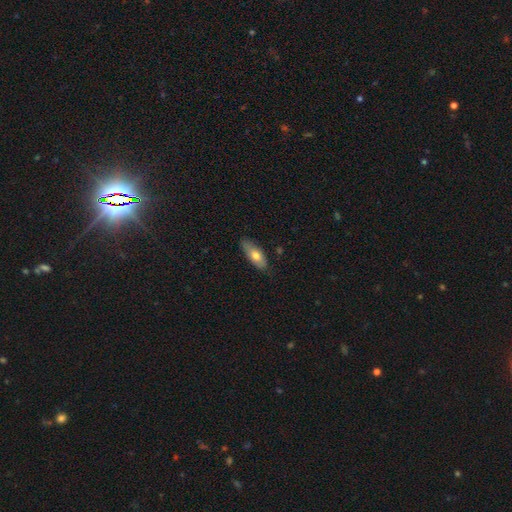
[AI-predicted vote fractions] This is likely a smooth galaxy (69%). How rounded: likely in between (75%). Merging: likely none (78%).